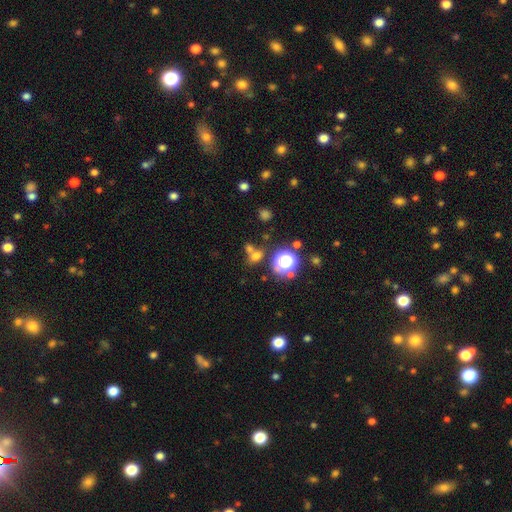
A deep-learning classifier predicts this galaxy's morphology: Overall: smooth (57%; star or artifact 32%). How rounded: round (58%; in between 40%). Merging: none (55%; merger 30%).